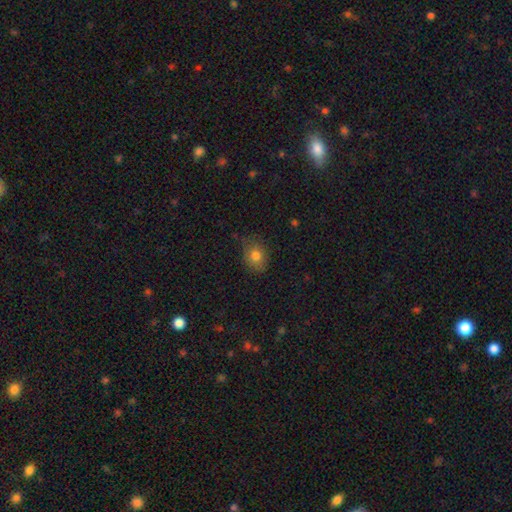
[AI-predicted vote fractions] Smooth or featured?
  - smooth: 79% *
  - star or artifact: 11%
  - featured or disk: 10%
How rounded?
  - in between: 50% *
  - round: 49%
  - cigar-shaped: 1%
Merging?
  - none: 72% *
  - minor disturbance: 22%
  - major disturbance: 5%
  - merger: 2%